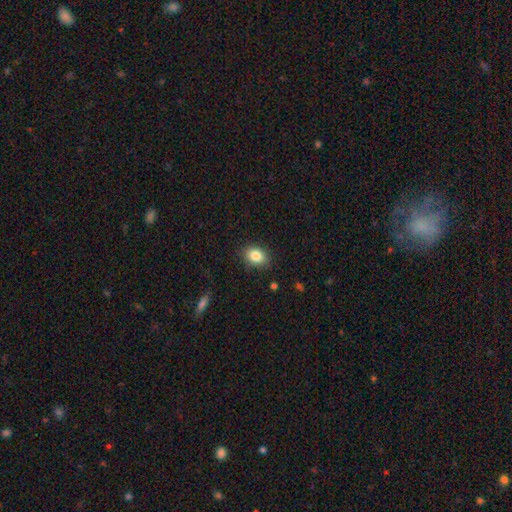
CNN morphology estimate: This appears to be a smooth galaxy with no disk features (84%) that is in between round and cigar-shaped (64%). Merging: none (86%).